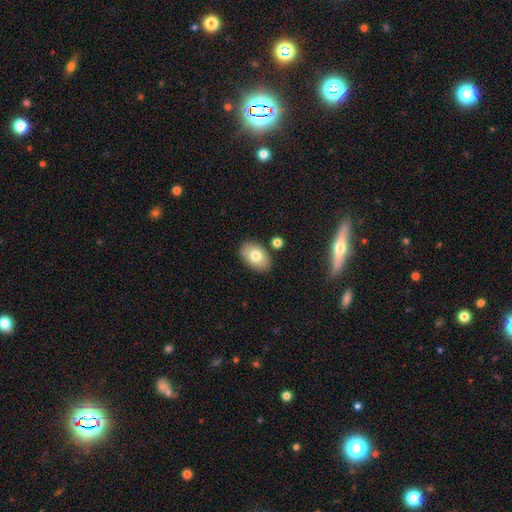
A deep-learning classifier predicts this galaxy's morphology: Q: Smooth or featured?
A: smooth (76%); runner-up: featured or disk (16%)
Q: How rounded?
A: in between (89%); runner-up: round (10%)
Q: Merging?
A: none (82%); runner-up: minor disturbance (11%)